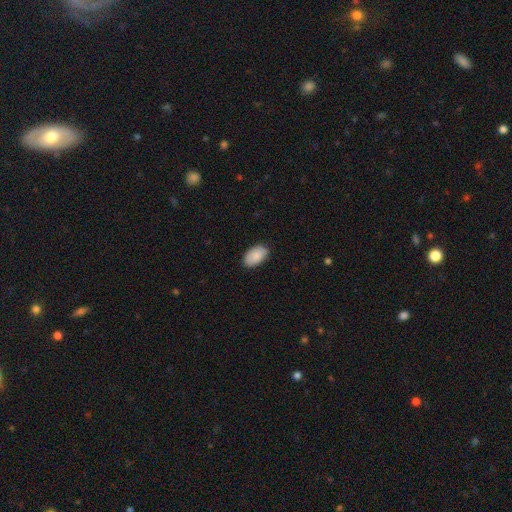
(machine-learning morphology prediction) Smooth or featured? smooth (88%)
How rounded? in between (95%)
Merging? none (85%)